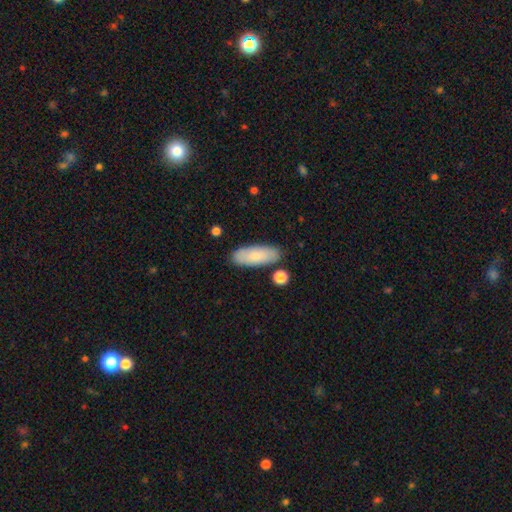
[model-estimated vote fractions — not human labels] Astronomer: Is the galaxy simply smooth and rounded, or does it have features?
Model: smooth — 80%.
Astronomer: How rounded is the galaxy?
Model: in between — 73%.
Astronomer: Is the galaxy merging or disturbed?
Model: none — 82%.